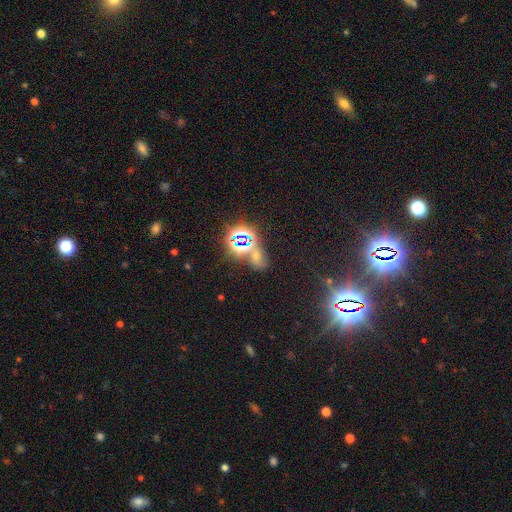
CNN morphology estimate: The model was most divided on "smooth or featured": star or artifact: 69%, smooth: 21%, featured or disk: 10%.